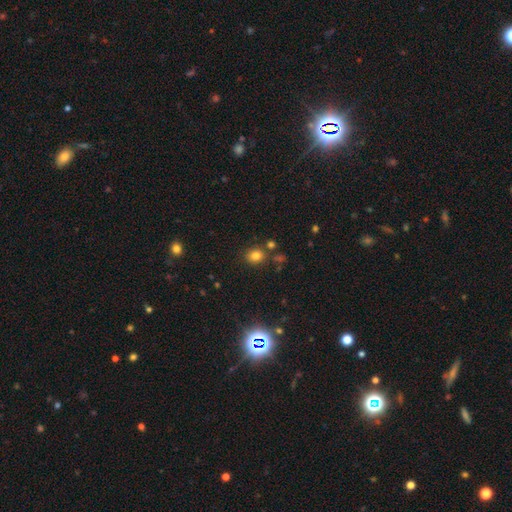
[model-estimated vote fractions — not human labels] Smooth or featured? Predicted: smooth (p=0.79). How rounded? Predicted: round (p=0.71). Merging? Predicted: none (p=0.78).